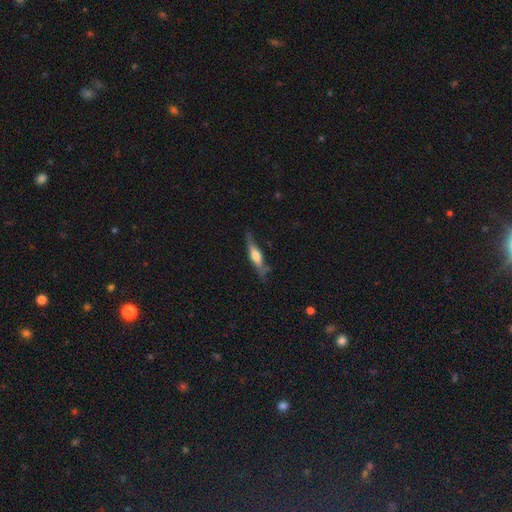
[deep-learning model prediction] This is possibly a featured or disk galaxy (58%). It is clearly viewed edge-on (93%). Edge-on bulge: clearly rounded (83%). Merging: likely none (74%).